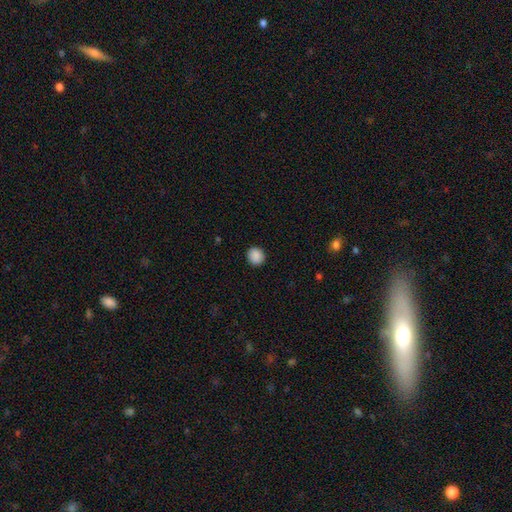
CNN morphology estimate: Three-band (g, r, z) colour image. It shows a smooth galaxy with no disk features (89%) that is round (84%). Merging: none (91%).